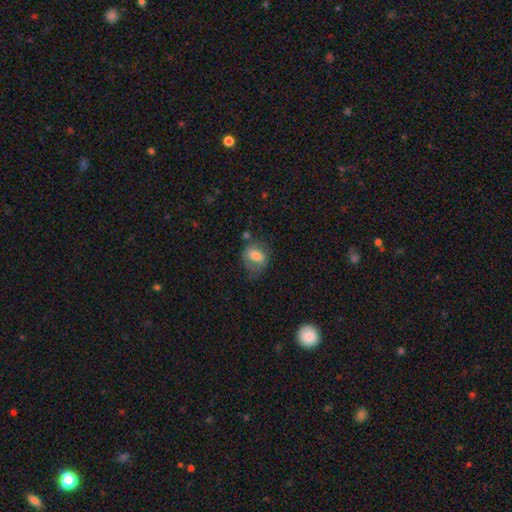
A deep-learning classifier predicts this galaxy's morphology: type=smooth (69%); roundness=in between (60%); merging=none (48%).